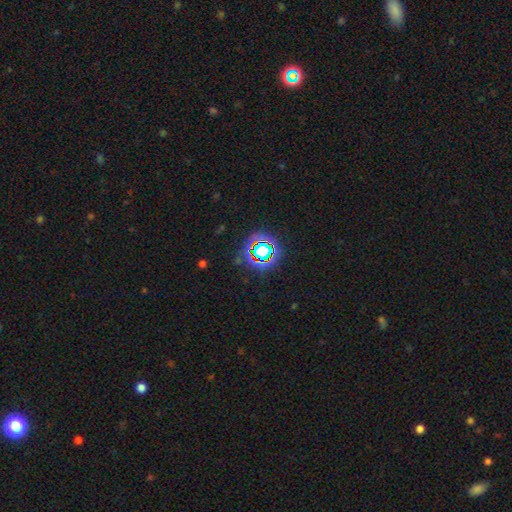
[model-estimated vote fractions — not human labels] Smooth or featured: star or artifact — 73% (smooth — 17%)